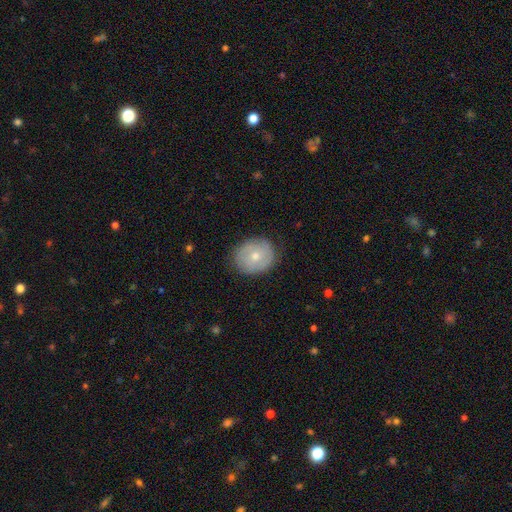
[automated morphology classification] smooth_or_featured: smooth (p=0.52) [alt: featured or disk p=0.42]
how_rounded: round (p=0.70) [alt: in between p=0.29]
merging: none (p=0.83) [alt: minor disturbance p=0.13]